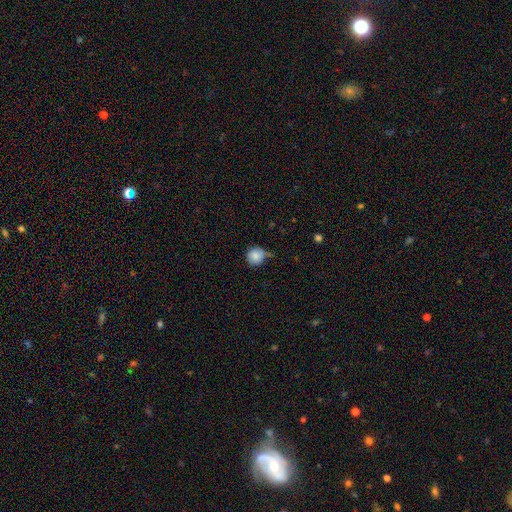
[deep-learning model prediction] Smooth or featured? smooth (84%)
How rounded? round (92%)
Merging? none (57%)